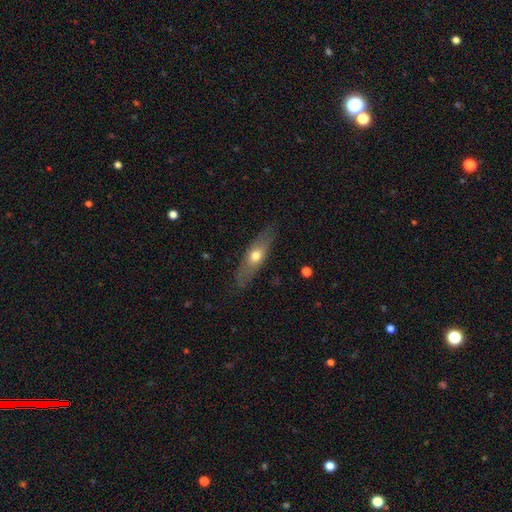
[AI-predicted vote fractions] This appears to be a smooth galaxy with no disk features (52%) that is cigar-shaped (54%). Merging: none (83%).